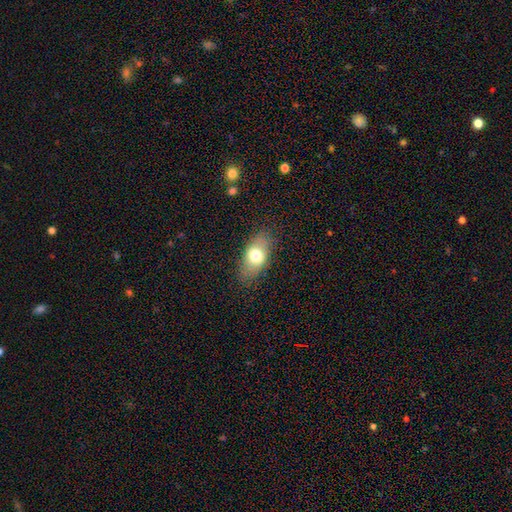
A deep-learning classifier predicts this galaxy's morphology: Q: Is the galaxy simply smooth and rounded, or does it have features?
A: smooth — 72%.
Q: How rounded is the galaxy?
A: in between — 86%.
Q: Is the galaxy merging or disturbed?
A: none — 82%.